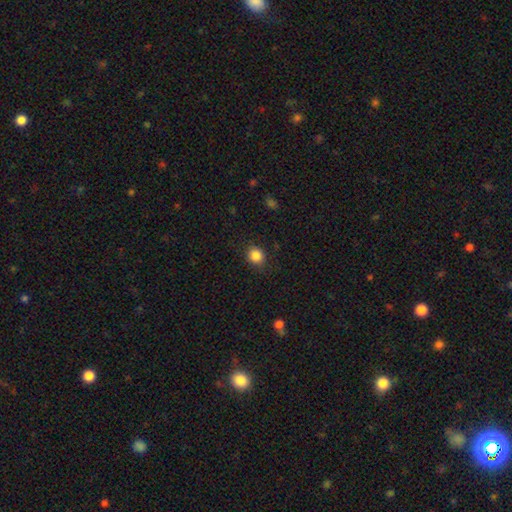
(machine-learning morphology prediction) smooth_or_featured: smooth (p=0.85) [alt: star or artifact p=0.10]
how_rounded: round (p=0.80) [alt: in between p=0.19]
merging: none (p=0.87) [alt: minor disturbance p=0.09]